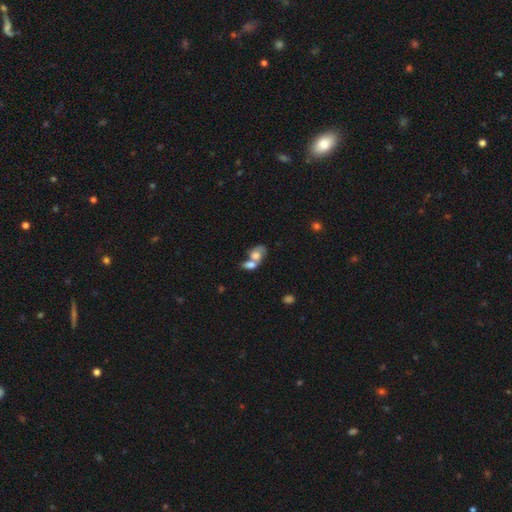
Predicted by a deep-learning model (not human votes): A smooth galaxy with no disk features (57%) that is in between round and cigar-shaped (76%). Merging: merger (70%).